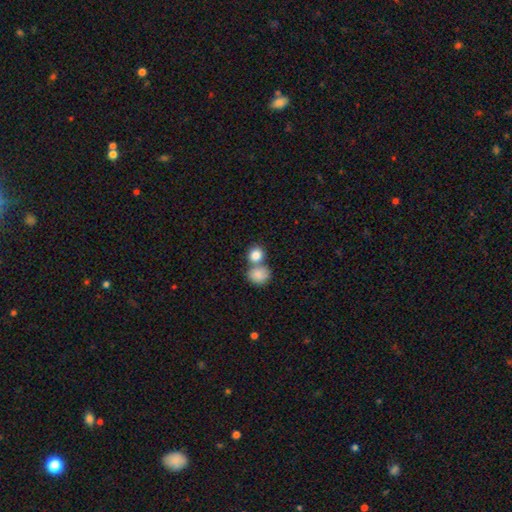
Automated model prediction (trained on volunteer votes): The model was most divided on "merging": merger: 46%, none: 44%, minor disturbance: 7%, major disturbance: 3%. More confident: smooth or featured — smooth (85%); how rounded — round (78%).